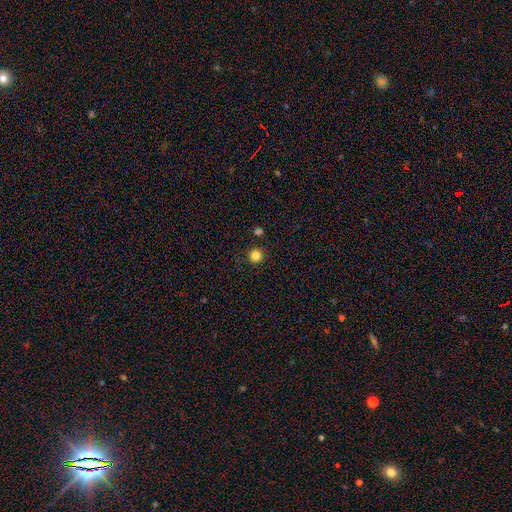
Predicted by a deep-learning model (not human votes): smooth 83%, star or artifact 13%, featured or disk 4%. Down the decision tree: how rounded — round (94%); merging — none (90%).